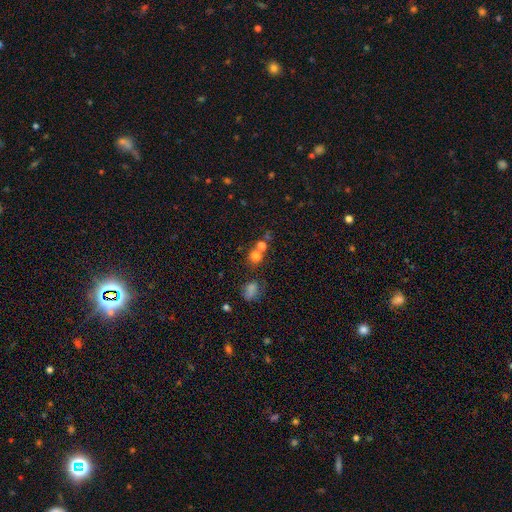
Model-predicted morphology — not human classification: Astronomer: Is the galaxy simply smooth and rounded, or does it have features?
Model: smooth — 73%.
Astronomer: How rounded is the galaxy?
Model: round — 82%.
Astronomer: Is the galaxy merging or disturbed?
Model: none — 53% (runner-up: merger, 34%).